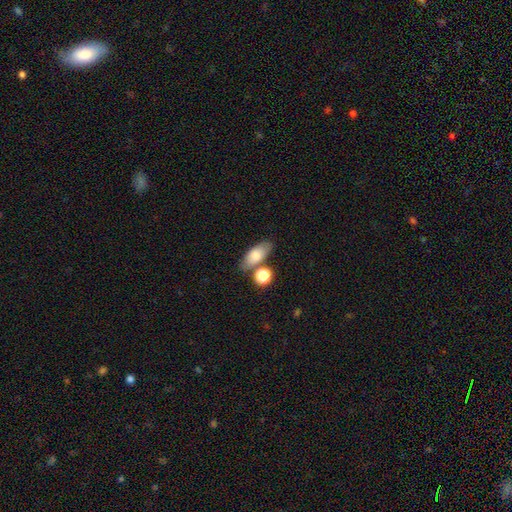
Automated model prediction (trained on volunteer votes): A smooth galaxy with no disk features (75%) that is in between round and cigar-shaped (79%). Merging: none (67%).